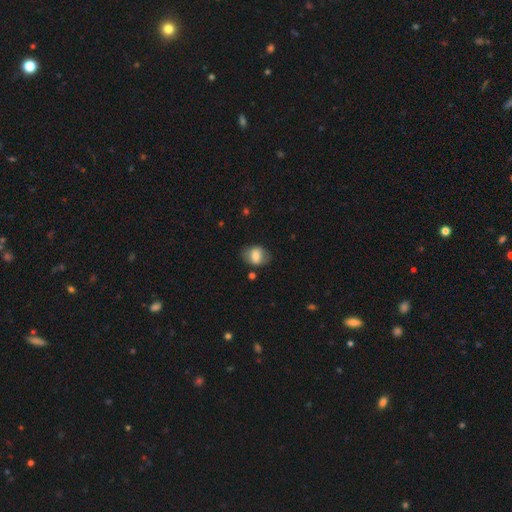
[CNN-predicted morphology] Smooth or featured? smooth (70%)
How rounded? in between (60%)
Merging? none (72%)